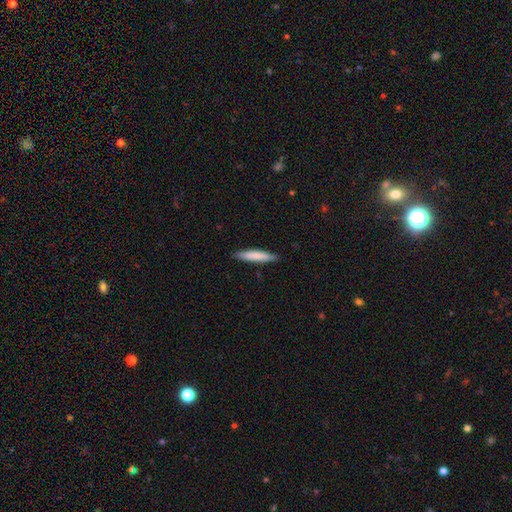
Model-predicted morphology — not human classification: This is likely a smooth galaxy (78%). How rounded: clearly cigar-shaped (89%). Merging: clearly none (87%).